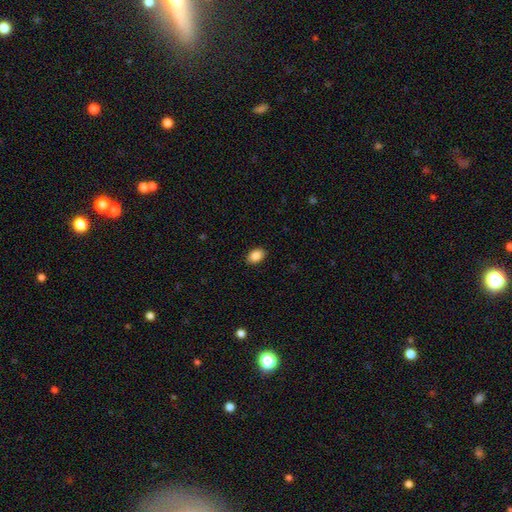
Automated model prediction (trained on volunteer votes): Overall: smooth (87%). How rounded: in between (85%). Merging: none (89%).